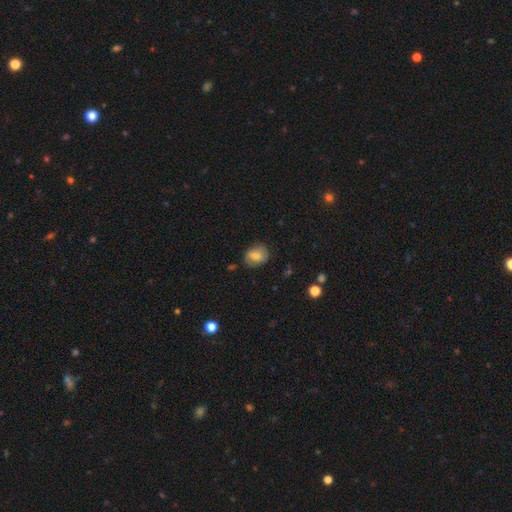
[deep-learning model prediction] smooth 69%, featured or disk 22%, star or artifact 9%. Down the decision tree: how rounded — in between (56%); merging — none (73%).